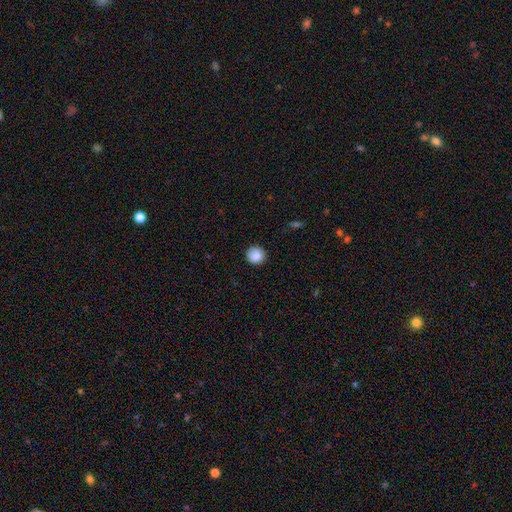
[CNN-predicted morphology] Q: Smooth or featured?
A: smooth (86%); runner-up: star or artifact (9%)
Q: How rounded?
A: round (93%); runner-up: in between (6%)
Q: Merging?
A: none (90%); runner-up: minor disturbance (7%)